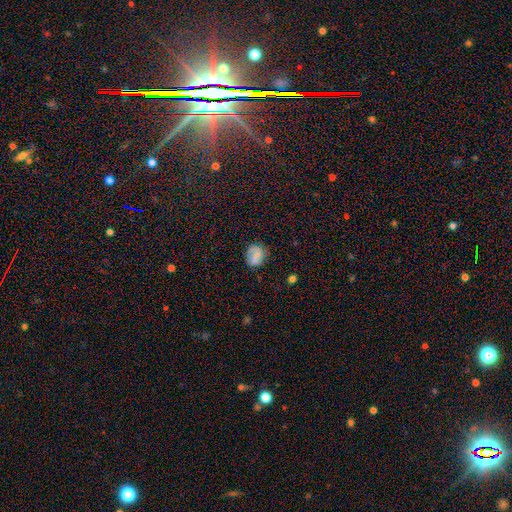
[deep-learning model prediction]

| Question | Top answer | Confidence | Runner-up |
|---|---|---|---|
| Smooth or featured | smooth | 59% | featured or disk (28%) |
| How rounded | round | 67% | in between (31%) |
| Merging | none | 70% | minor disturbance (20%) |